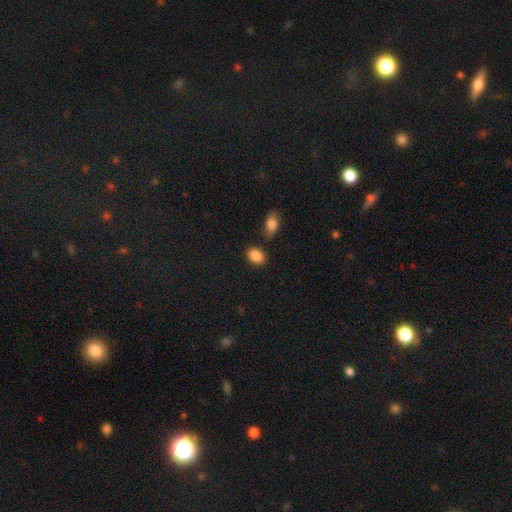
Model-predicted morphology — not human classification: This appears to be a smooth galaxy with no disk features (87%) that is in between round and cigar-shaped (76%). Merging: none (79%).